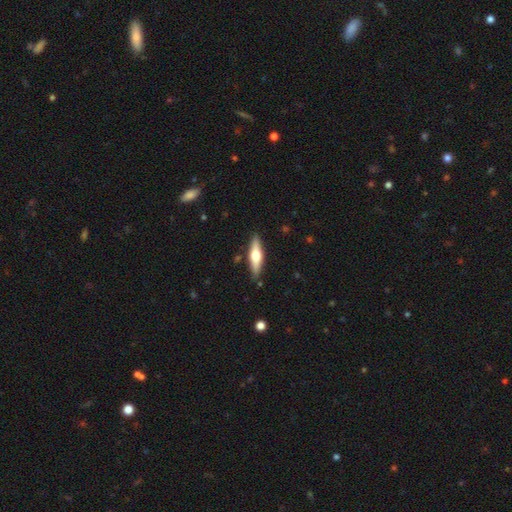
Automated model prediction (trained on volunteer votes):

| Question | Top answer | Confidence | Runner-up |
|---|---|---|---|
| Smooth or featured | featured or disk | 52% | smooth (43%) |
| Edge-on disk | yes | 93% | no (7%) |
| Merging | none | 87% | minor disturbance (10%) |